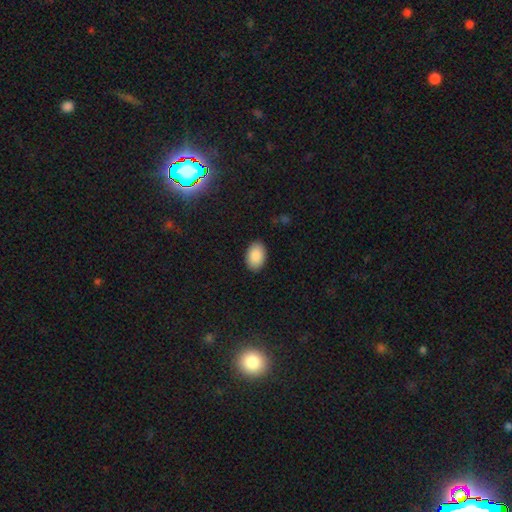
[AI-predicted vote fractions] This appears to be a smooth galaxy with no disk features (89%) that is in between round and cigar-shaped (90%). Merging: none (89%).